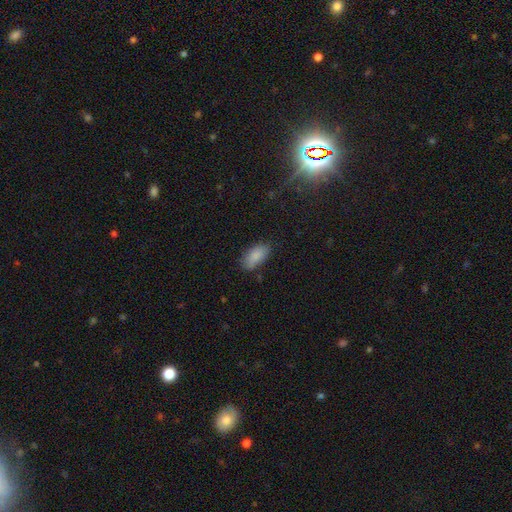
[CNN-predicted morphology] This is clearly a smooth galaxy (87%). How rounded: clearly in between (92%). Merging: likely none (77%).